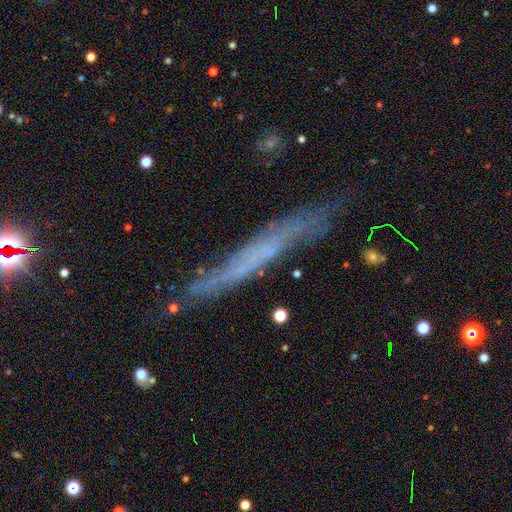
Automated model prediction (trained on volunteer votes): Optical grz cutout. It shows a featured or disk galaxy (55%) viewed edge-on (85%). Merging: none (78%).